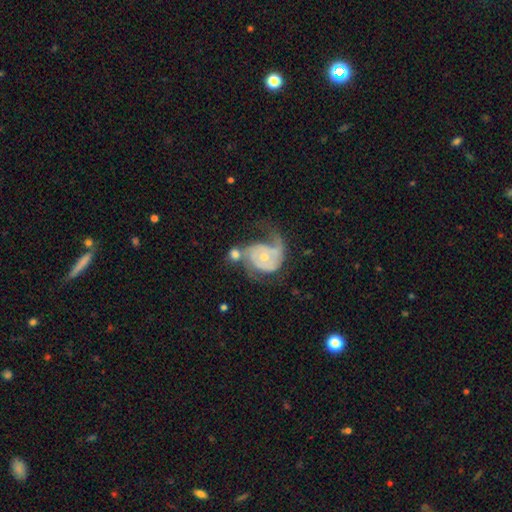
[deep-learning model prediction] A featured or disk galaxy (80%) with no bar (72%), 2 (48%) medium (38%) spiral arms (90%) and a small central bulge (52%).

Vote fractions:
- Smooth or featured? featured or disk: 80% / smooth: 14% / star or artifact: 6%
- Edge-on disk? no: 98% / yes: 2%
- Bar? no: 72% / weak: 23% / strong: 5%
- Spiral arms? yes: 90% / no: 10%
- Spiral winding? medium: 38% / tight: 35% / loose: 27%
- Spiral arm count? 2: 48% / 1: 30% / can't tell: 13% / 3: 5% / 4: 2% / more than 4: 2%
- Bulge size? small: 52% / moderate: 43% / large: 2% / none: 2% / dominant: 1%
- Merging? major disturbance: 31% / none: 27% / merger: 23% / minor disturbance: 19%